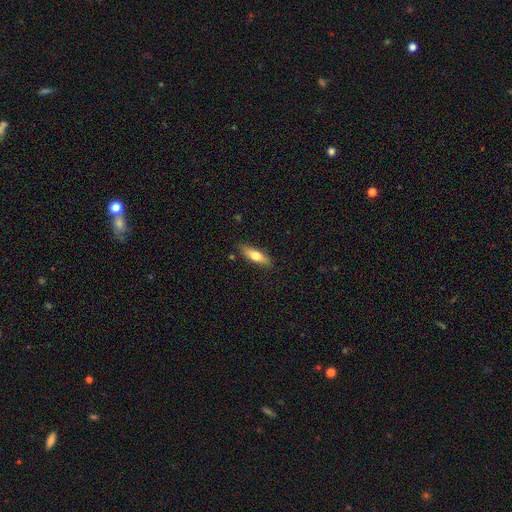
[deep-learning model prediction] smooth 64%, featured or disk 30%, star or artifact 6%. Down the decision tree: how rounded — cigar-shaped (51%); merging — none (86%).